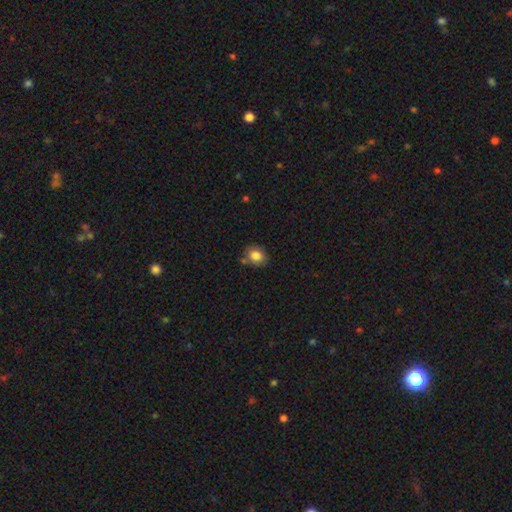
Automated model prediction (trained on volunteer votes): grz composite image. It shows a smooth galaxy with no disk features (83%) that is round (53%). Merging: none (74%).